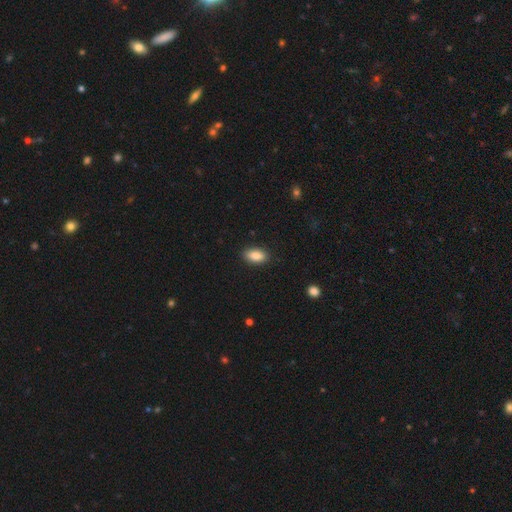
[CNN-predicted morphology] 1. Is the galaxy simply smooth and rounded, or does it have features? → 88% smooth, 7% star or artifact, 5% featured or disk.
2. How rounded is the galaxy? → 92% in between, 5% round, 4% cigar-shaped.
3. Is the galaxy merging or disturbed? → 88% none, 9% minor disturbance, 2% major disturbance, 1% merger.